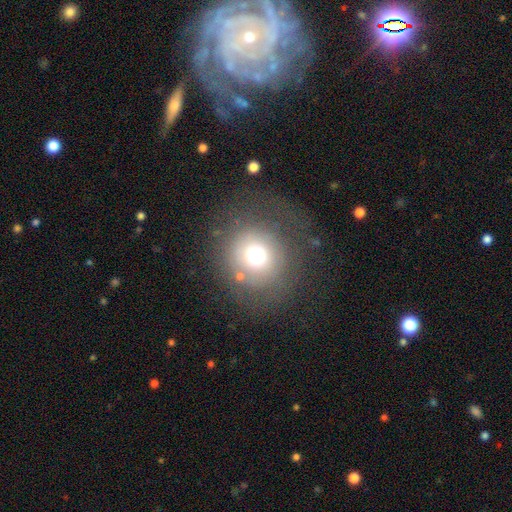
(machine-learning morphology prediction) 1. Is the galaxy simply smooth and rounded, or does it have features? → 65% smooth, 19% featured or disk, 16% star or artifact.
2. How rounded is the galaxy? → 92% round, 7% in between, 1% cigar-shaped.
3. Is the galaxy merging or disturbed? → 68% none, 15% major disturbance, 14% minor disturbance, 3% merger.